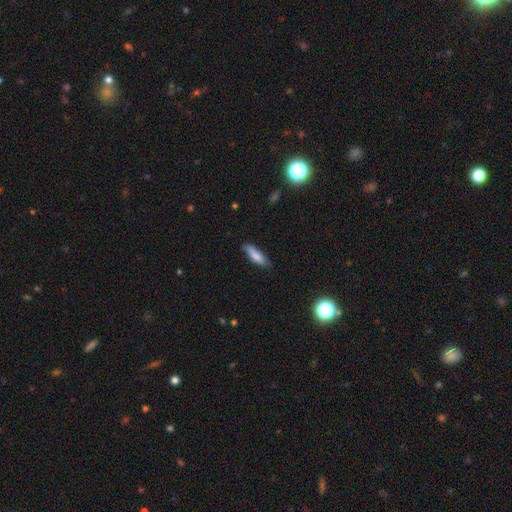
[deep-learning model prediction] Q: Smooth or featured?
A: smooth (81%); runner-up: featured or disk (12%)
Q: How rounded?
A: cigar-shaped (59%); runner-up: in between (40%)
Q: Merging?
A: none (77%); runner-up: minor disturbance (19%)